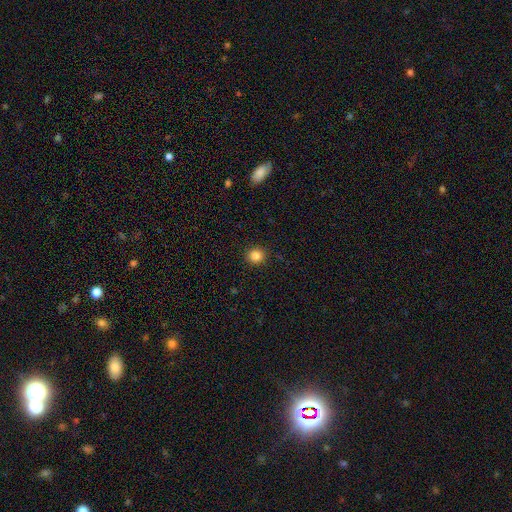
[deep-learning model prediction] This appears to be a smooth galaxy with no disk features (85%) that is round (92%). Merging: none (92%).